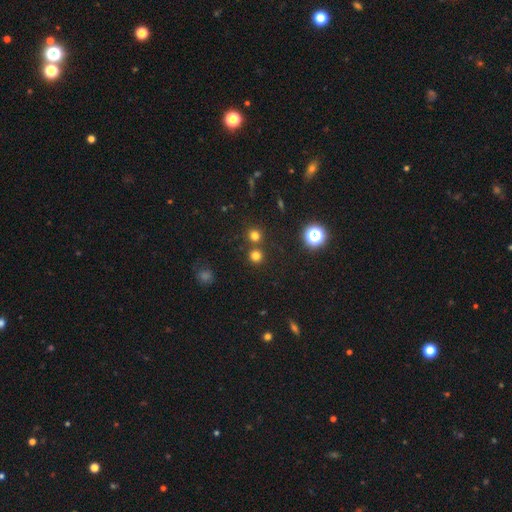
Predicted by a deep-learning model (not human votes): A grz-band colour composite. It shows a smooth galaxy with no disk features (71%) that is round (93%). Merging: none (77%).